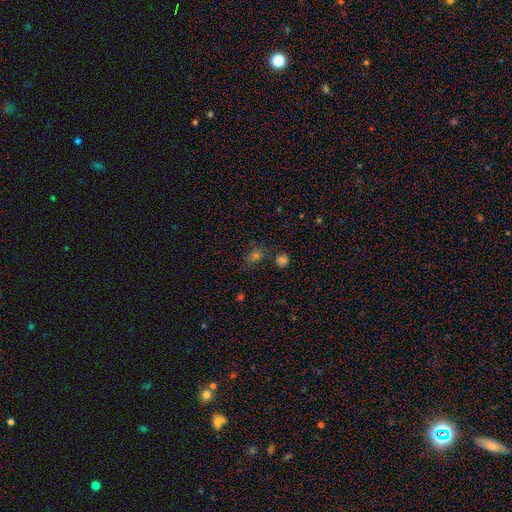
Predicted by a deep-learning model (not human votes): Q: Smooth or featured?
A: smooth (50%); runner-up: star or artifact (39%)
Q: Merging?
A: none (64%); runner-up: minor disturbance (15%)